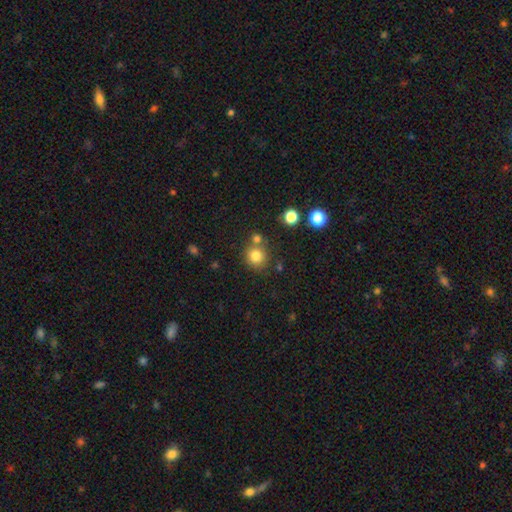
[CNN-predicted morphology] smooth-or-featured: smooth: 80% | star or artifact: 13% | featured or disk: 7%
  how-rounded: round: 89% | in between: 10% | cigar-shaped: 1%
  merging: none: 71% | merger: 17% | minor disturbance: 9% | major disturbance: 3%